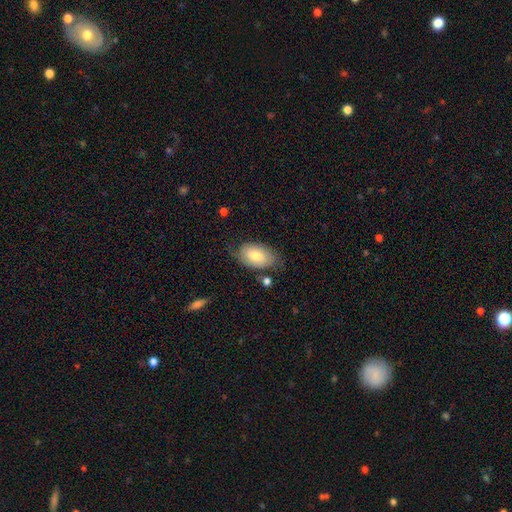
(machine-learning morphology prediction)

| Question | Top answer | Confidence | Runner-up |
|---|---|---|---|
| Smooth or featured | smooth | 62% | featured or disk (32%) |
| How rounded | in between | 92% | round (7%) |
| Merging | none | 64% | minor disturbance (24%) |